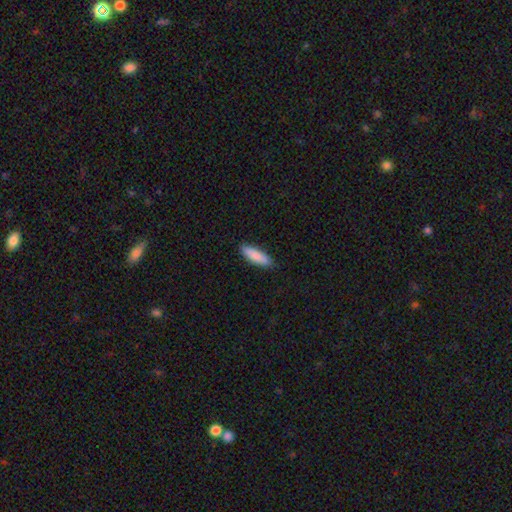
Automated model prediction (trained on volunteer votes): The model was most divided on "how rounded": cigar-shaped: 58%, in between: 40%, round: 1%. More confident: merging — none (88%); smooth or featured — smooth (87%).